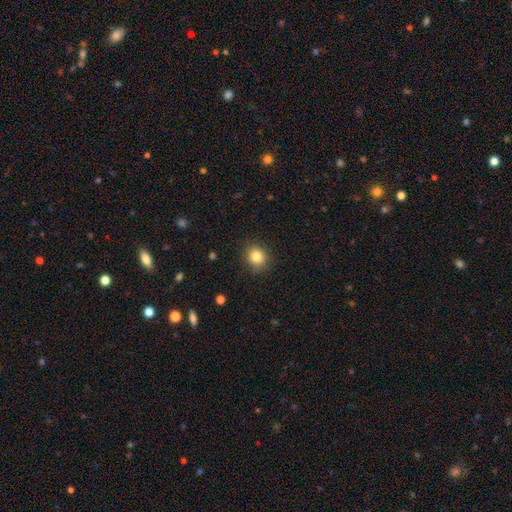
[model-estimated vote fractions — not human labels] This is clearly a smooth galaxy (83%). How rounded: likely round (78%). Merging: clearly none (85%).